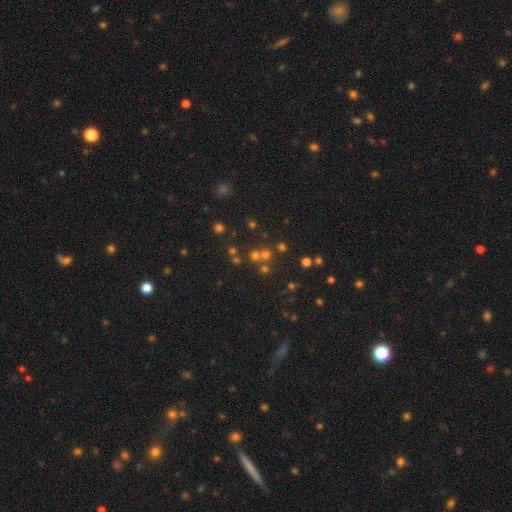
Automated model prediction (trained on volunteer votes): Smooth or featured? star or artifact (44%)